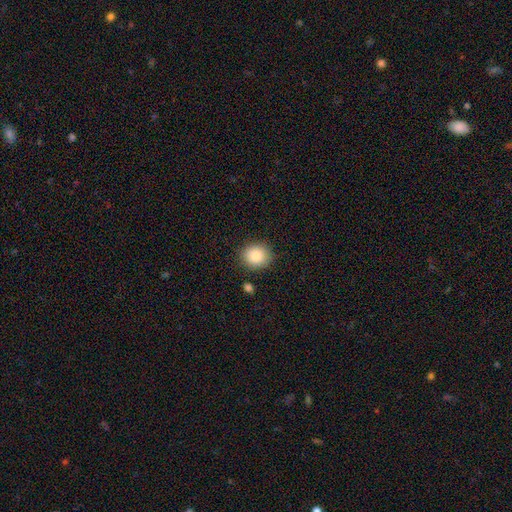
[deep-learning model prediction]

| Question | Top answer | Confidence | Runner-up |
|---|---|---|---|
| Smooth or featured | smooth | 86% | star or artifact (9%) |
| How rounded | round | 80% | in between (19%) |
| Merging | none | 86% | minor disturbance (9%) |